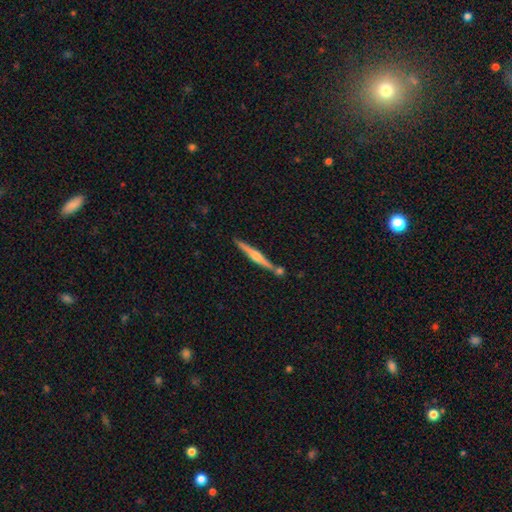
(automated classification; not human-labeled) Smooth or featured: featured or disk — 73% (smooth — 21%)
Edge-on disk: yes — 98% (no — 2%)
Edge-on bulge: rounded — 80% (boxy — 10%)
Merging: none — 83% (minor disturbance — 8%)